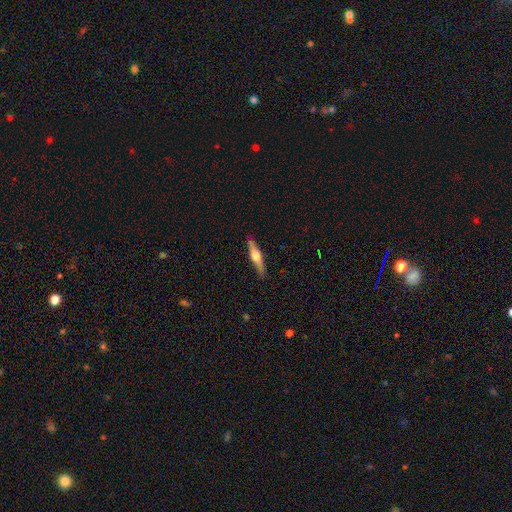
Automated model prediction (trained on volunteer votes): Smooth or featured: featured or disk — 59% (smooth — 35%)
Edge-on disk: yes — 96% (no — 4%)
Edge-on bulge: rounded — 92% (boxy — 5%)
Merging: none — 88% (minor disturbance — 9%)